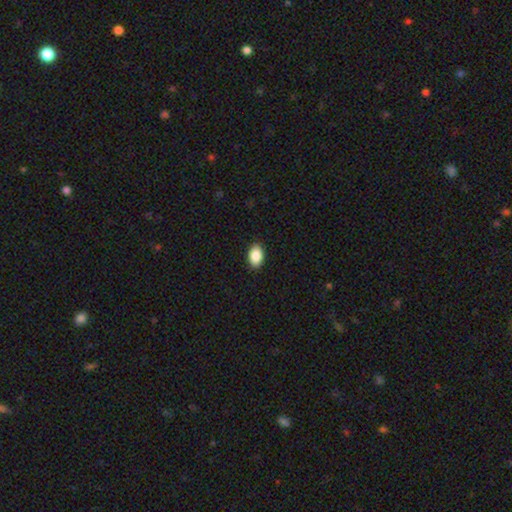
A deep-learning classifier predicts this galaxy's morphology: The model was most divided on "smooth or featured": smooth: 88%, star or artifact: 7%, featured or disk: 5%. More confident: merging — none (90%); how rounded — in between (90%).